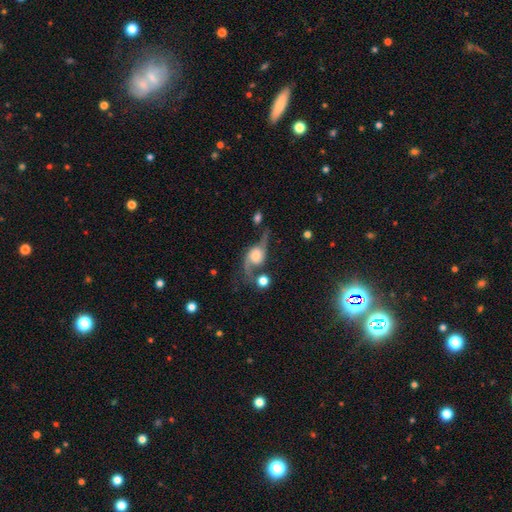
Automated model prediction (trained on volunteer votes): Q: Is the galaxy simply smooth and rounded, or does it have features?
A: featured or disk — 80%.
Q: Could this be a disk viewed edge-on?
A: no — 87%.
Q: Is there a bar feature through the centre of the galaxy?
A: no — 68%.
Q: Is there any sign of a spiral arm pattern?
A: yes — 94%.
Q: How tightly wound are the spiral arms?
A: loose — 79%.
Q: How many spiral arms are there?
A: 2 — 92%.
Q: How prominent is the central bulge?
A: large — 35%.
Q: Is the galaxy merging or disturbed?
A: none — 51%.